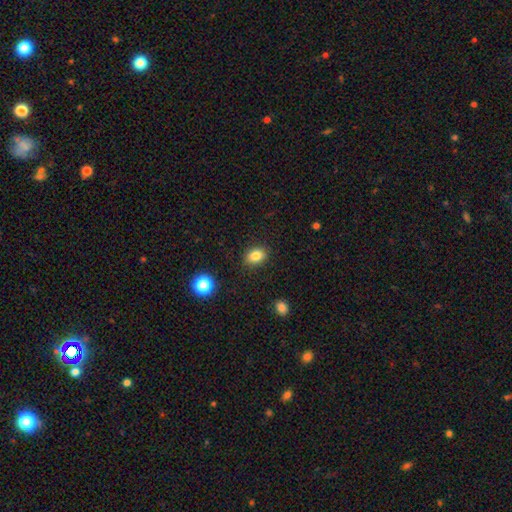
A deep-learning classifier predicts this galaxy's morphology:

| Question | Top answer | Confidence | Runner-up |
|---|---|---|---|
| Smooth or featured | smooth | 83% | star or artifact (10%) |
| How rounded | in between | 63% | round (36%) |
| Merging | none | 88% | minor disturbance (8%) |